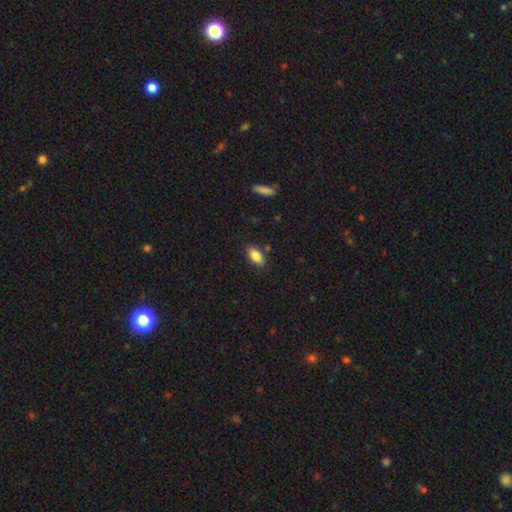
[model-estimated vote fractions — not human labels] Smooth or featured? Predicted: smooth (p=0.85). How rounded? Predicted: in between (p=0.91). Merging? Predicted: none (p=0.84).